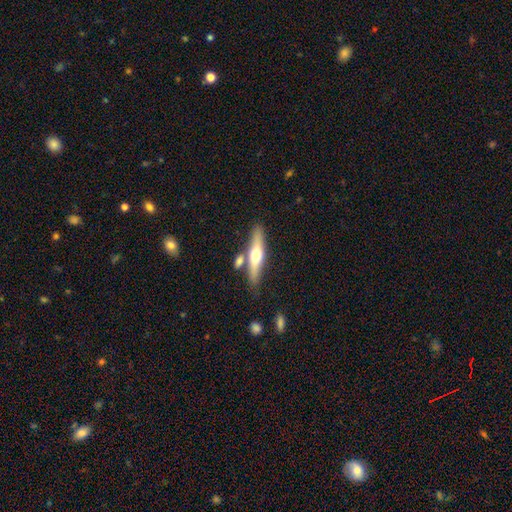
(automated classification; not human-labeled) Smooth or featured?
  - featured or disk: 51% *
  - smooth: 44%
  - star or artifact: 6%
Edge-on disk?
  - yes: 91% *
  - no: 9%
Merging?
  - none: 71% *
  - merger: 14%
  - minor disturbance: 12%
  - major disturbance: 3%